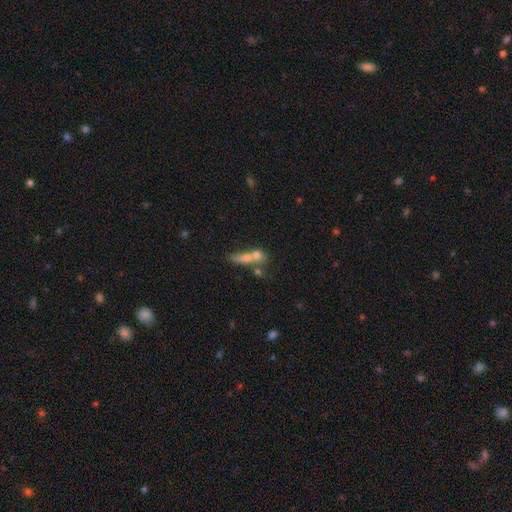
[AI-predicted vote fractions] Smooth or featured?
  - smooth: 61% *
  - featured or disk: 27%
  - star or artifact: 12%
How rounded?
  - in between: 37% *
  - cigar-shaped: 34%
  - round: 28%
Merging?
  - merger: 53% *
  - none: 28%
  - minor disturbance: 10%
  - major disturbance: 9%